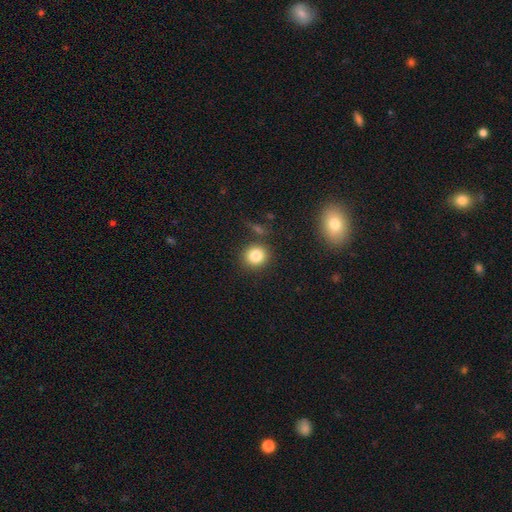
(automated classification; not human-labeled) This is clearly a smooth galaxy (83%). How rounded: clearly round (86%). Merging: clearly none (82%).